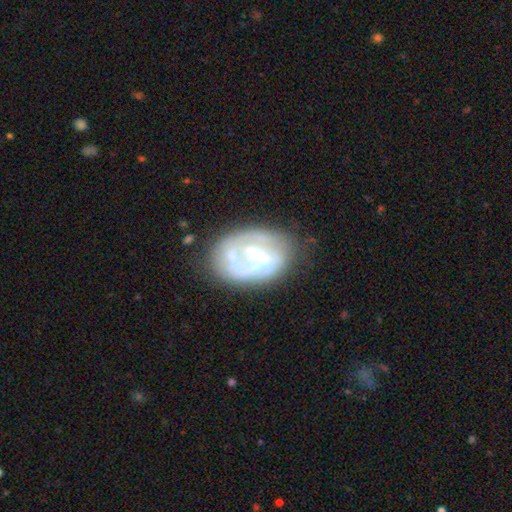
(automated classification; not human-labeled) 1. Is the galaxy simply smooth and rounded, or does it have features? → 73% featured or disk, 20% smooth, 7% star or artifact.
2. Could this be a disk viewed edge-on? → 97% no, 3% yes.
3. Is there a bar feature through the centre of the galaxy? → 41% weak, 34% strong, 25% no.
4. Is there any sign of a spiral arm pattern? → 56% yes, 44% no.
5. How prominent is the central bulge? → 48% moderate, 39% small, 6% none, 5% large, 1% dominant.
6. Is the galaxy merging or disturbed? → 57% none, 24% minor disturbance, 14% major disturbance, 5% merger.